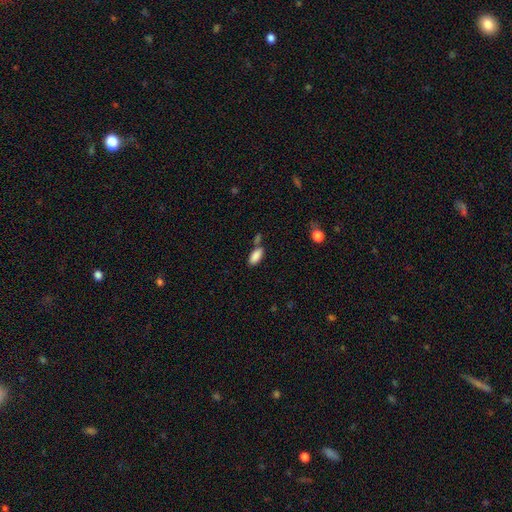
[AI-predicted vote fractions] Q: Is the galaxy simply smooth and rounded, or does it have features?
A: smooth — 88%.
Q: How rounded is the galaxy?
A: in between — 89%.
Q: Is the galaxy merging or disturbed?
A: none — 61%.